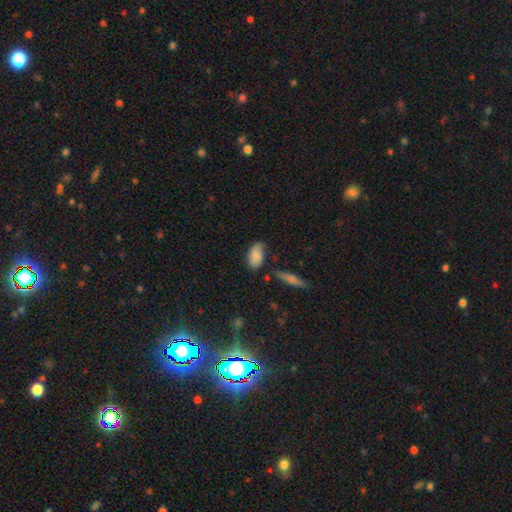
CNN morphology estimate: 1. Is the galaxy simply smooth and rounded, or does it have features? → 80% smooth, 13% featured or disk, 7% star or artifact.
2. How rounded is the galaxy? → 92% in between, 4% round, 4% cigar-shaped.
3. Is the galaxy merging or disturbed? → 65% none, 24% minor disturbance, 5% major disturbance, 5% merger.